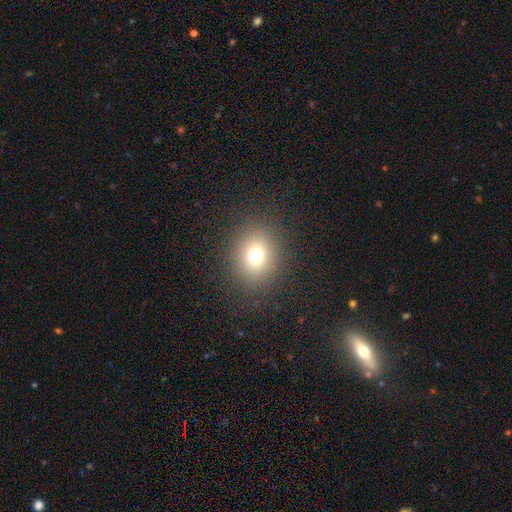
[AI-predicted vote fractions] Smooth or featured? Predicted: smooth (p=0.73). How rounded? Predicted: round (p=0.73). Merging? Predicted: none (p=0.88).